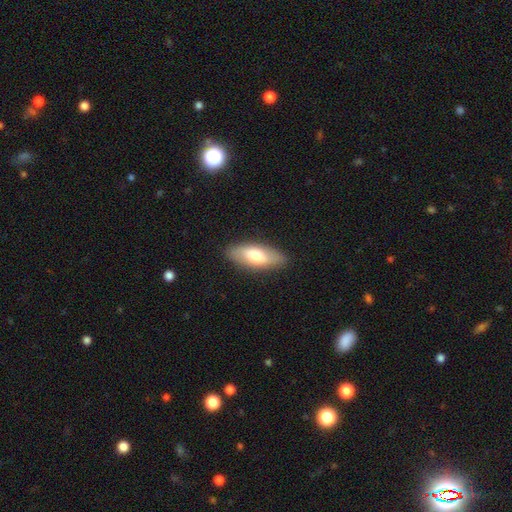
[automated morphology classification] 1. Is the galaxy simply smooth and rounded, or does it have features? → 66% smooth, 29% featured or disk, 6% star or artifact.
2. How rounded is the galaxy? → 74% in between, 23% cigar-shaped, 3% round.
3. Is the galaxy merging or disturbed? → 86% none, 11% minor disturbance, 2% major disturbance, 1% merger.